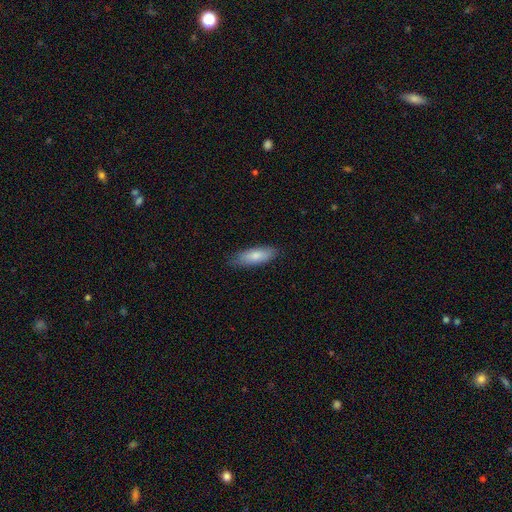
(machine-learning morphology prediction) Smooth or featured: smooth — 81% (featured or disk — 14%)
How rounded: in between — 60% (cigar-shaped — 38%)
Merging: none — 82% (minor disturbance — 14%)